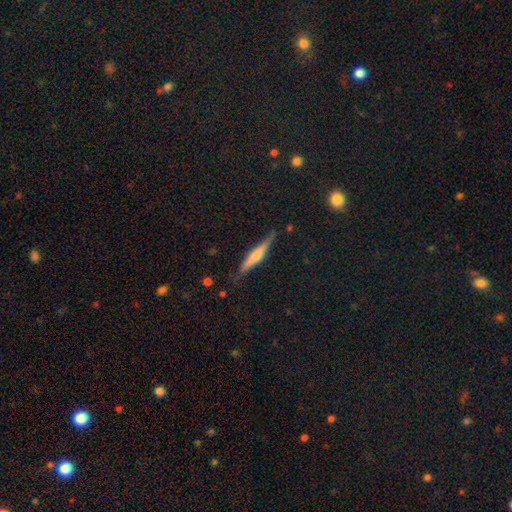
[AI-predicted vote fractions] Morphology: type=featured or disk (54%); edge-on=yes (96%); edge-on bulge=rounded (61%); merging=none (82%).